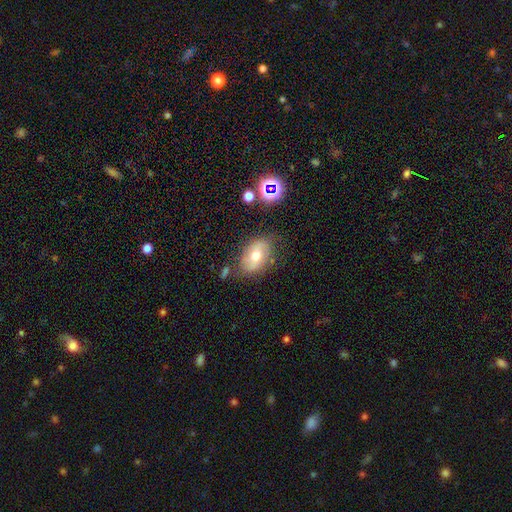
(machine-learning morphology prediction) type=smooth (55%); roundness=in between (85%); merging=none (70%).